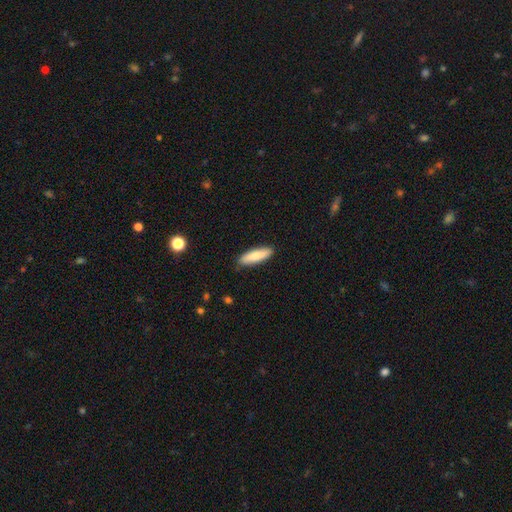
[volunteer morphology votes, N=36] This is clearly a smooth galaxy (81%). How rounded: possibly in between (55%). Merging: clearly none (80%).